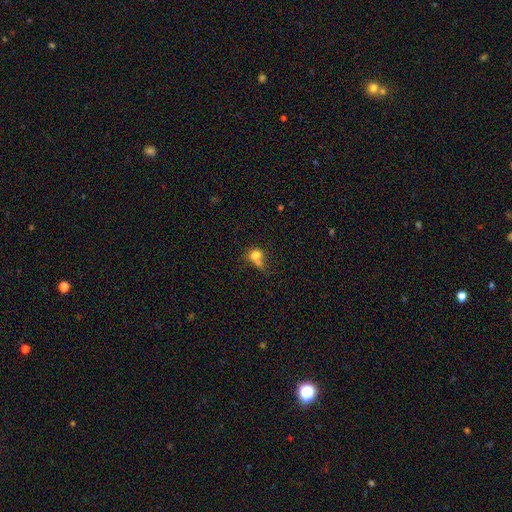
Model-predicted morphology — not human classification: This appears to be a smooth galaxy with no disk features (76%) that is round (68%). Merging: merger (39%).